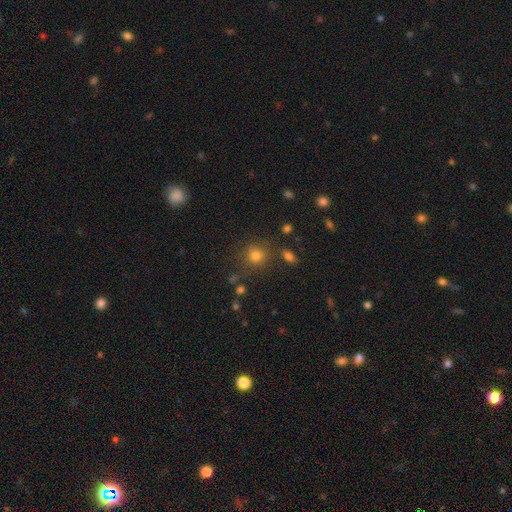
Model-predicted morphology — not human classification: A smooth galaxy with no disk features (76%) that is round (86%).

Vote fractions:
- Smooth or featured? smooth: 76% / star or artifact: 16% / featured or disk: 8%
- How rounded? round: 86% / in between: 13% / cigar-shaped: 1%
- Merging? none: 78% / minor disturbance: 11% / merger: 6% / major disturbance: 4%